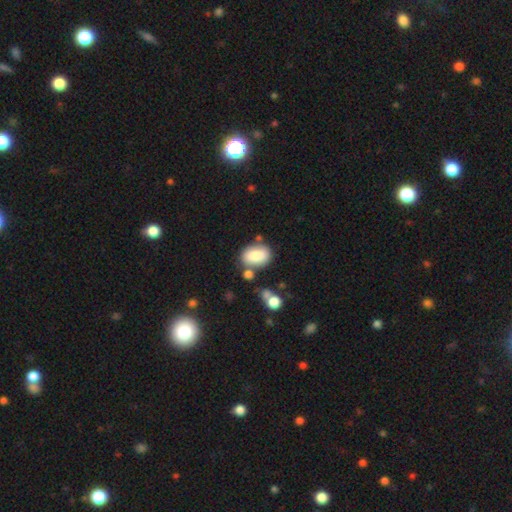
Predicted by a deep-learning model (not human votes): smooth_or_featured: smooth (p=0.83) [alt: featured or disk p=0.09]
how_rounded: in between (p=0.83) [alt: round p=0.16]
merging: none (p=0.64) [alt: minor disturbance p=0.16]